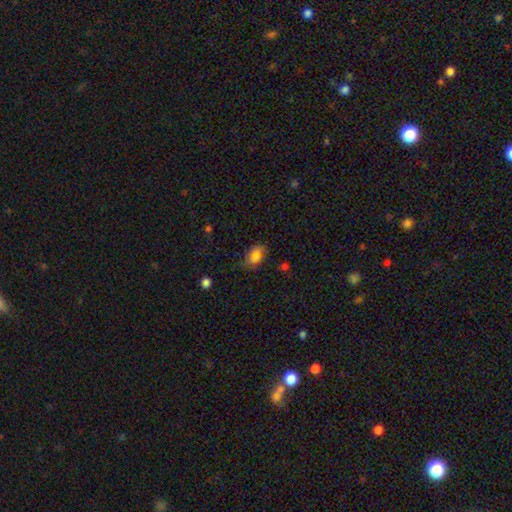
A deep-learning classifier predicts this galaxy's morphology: smooth 74%, star or artifact 14%, featured or disk 12%. Down the decision tree: how rounded — in between (86%); merging — none (65%).